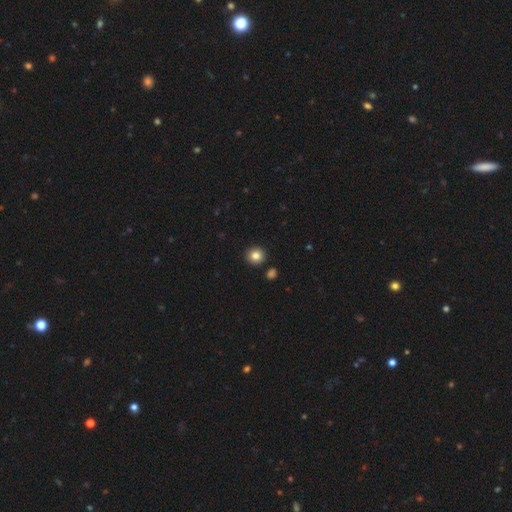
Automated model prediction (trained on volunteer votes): Overall: smooth (84%). How rounded: round (92%). Merging: none (90%).